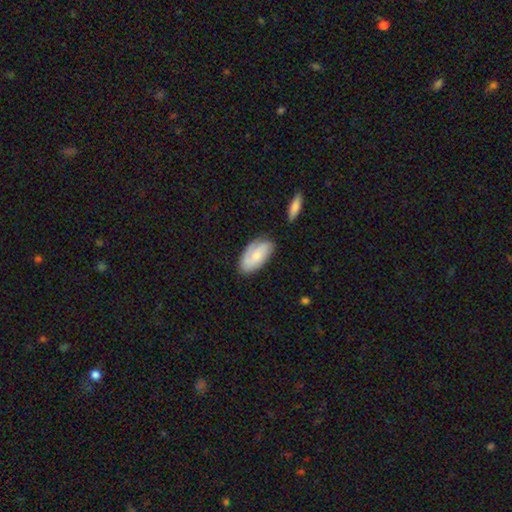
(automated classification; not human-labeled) This is possibly a smooth galaxy (55%). How rounded: clearly in between (92%). Merging: likely none (71%).